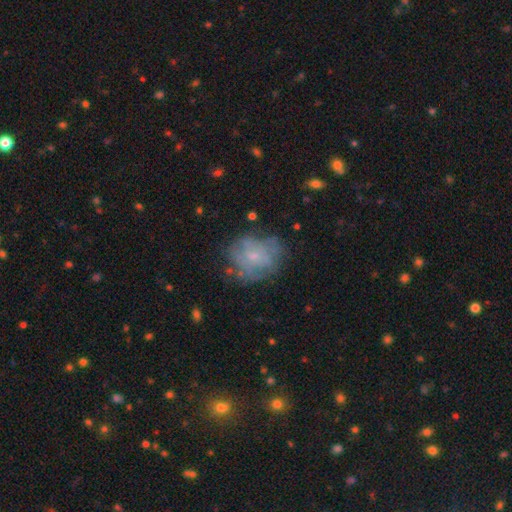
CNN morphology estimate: A featured or disk galaxy (50%). Merging: none (58%).